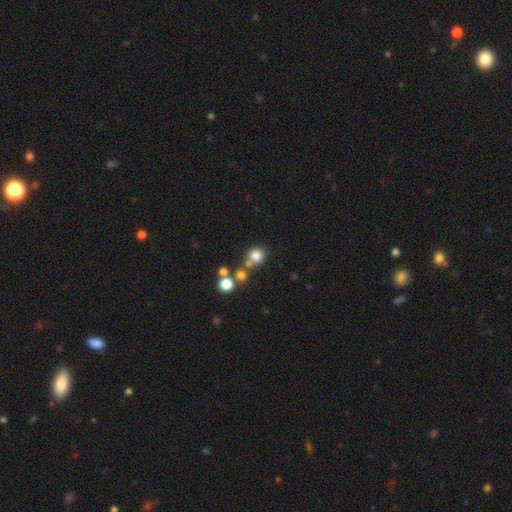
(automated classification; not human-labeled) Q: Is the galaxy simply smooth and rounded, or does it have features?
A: smooth — 77%.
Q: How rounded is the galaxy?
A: round — 87%.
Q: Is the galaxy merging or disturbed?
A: none — 56%.